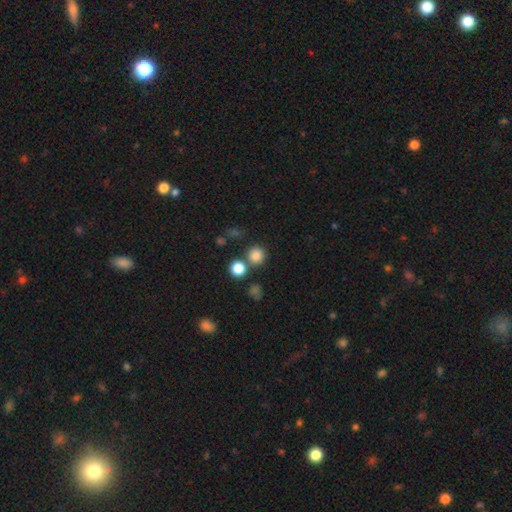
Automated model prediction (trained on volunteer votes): smooth_or_featured: smooth (p=0.82) [alt: star or artifact p=0.13]
how_rounded: round (p=0.92) [alt: in between p=0.07]
merging: none (p=0.74) [alt: merger p=0.15]